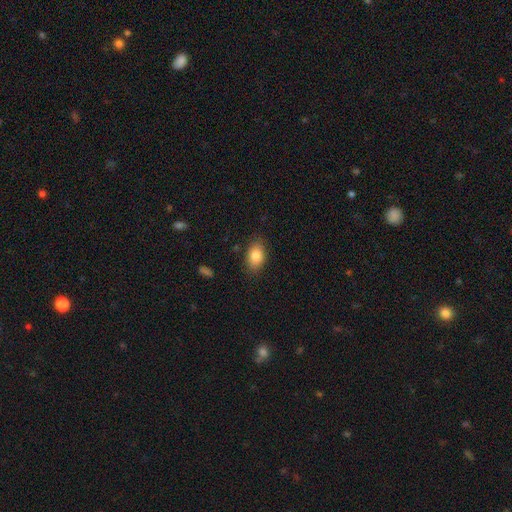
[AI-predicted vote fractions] Overall: smooth (85%). How rounded: in between (85%). Merging: none (83%).